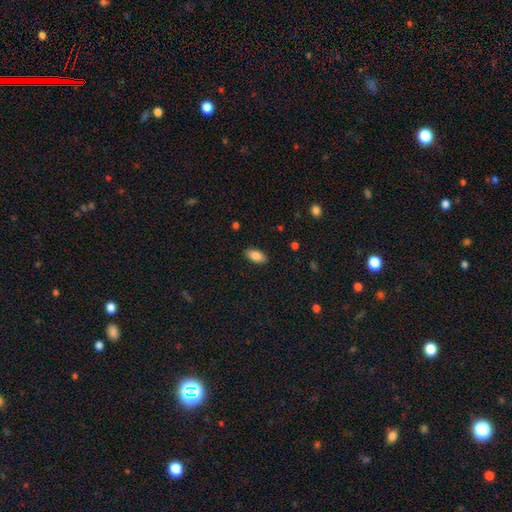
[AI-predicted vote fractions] smooth 84%, featured or disk 9%, star or artifact 7%. Down the decision tree: how rounded — in between (91%); merging — none (88%).